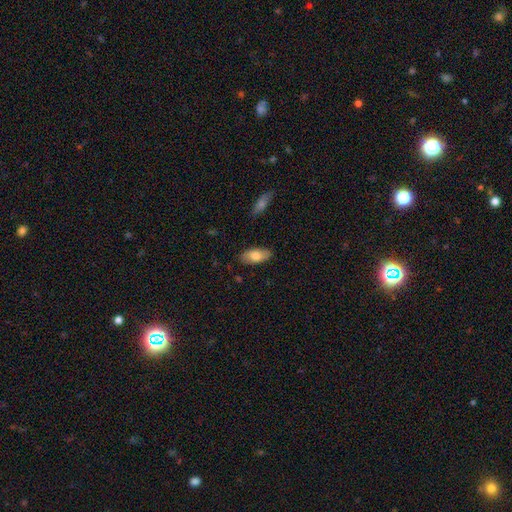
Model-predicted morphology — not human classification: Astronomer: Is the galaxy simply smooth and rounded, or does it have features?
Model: smooth — 76%.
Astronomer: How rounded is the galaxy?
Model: in between — 90%.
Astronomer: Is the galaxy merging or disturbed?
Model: none — 86%.